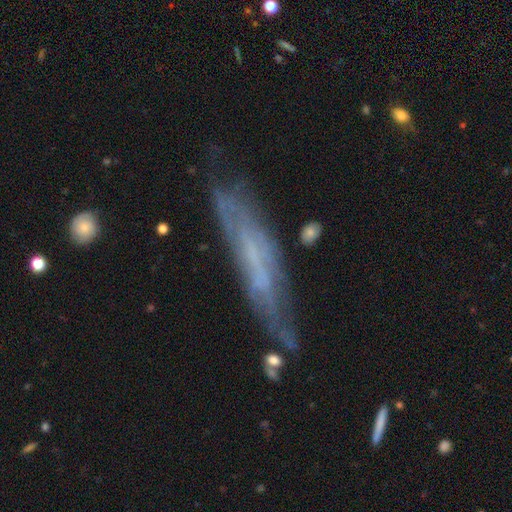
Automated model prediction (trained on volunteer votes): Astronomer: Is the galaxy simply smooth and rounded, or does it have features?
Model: featured or disk — 65%.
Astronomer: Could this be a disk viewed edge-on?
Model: yes — 60% (runner-up: no, 40%).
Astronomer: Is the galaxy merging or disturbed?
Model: none — 60%.